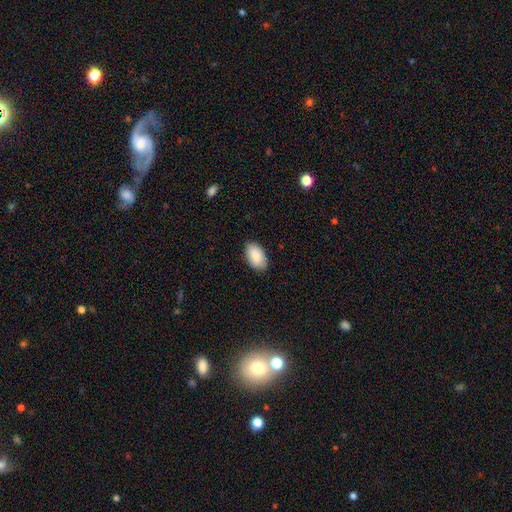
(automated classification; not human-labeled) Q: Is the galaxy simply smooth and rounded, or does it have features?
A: smooth — 87%.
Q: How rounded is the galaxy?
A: in between — 95%.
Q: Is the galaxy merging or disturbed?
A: none — 86%.